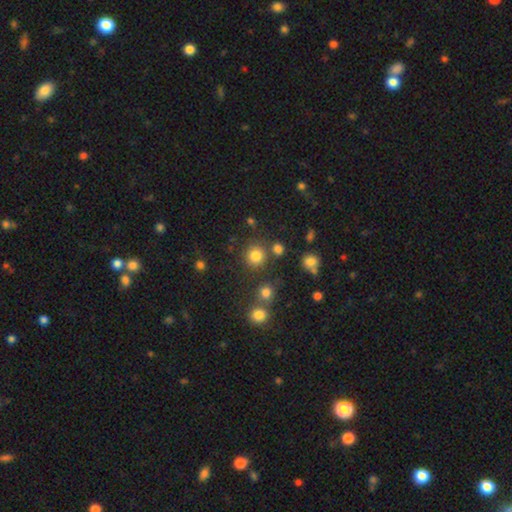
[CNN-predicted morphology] smooth 80%, star or artifact 15%, featured or disk 5%. Down the decision tree: how rounded — round (91%); merging — none (80%).